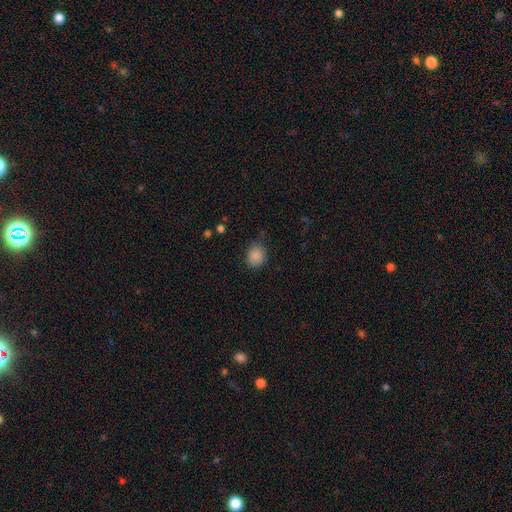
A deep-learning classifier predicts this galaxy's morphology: Q: Smooth or featured?
A: smooth (87%); runner-up: star or artifact (9%)
Q: How rounded?
A: round (68%); runner-up: in between (31%)
Q: Merging?
A: none (73%); runner-up: minor disturbance (21%)